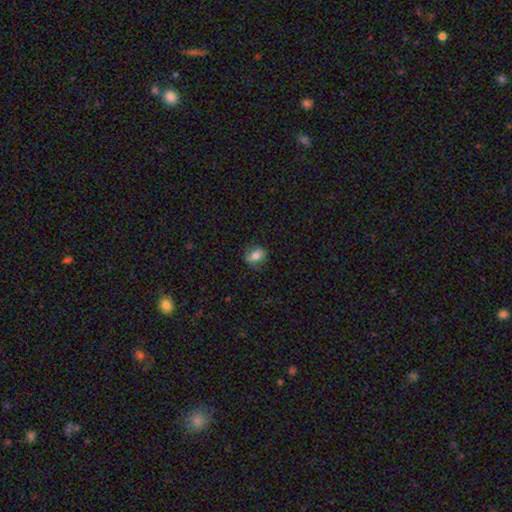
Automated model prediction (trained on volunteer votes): This is likely a smooth galaxy (71%). How rounded: possibly in between (49%, tied with round). Merging: clearly none (80%).